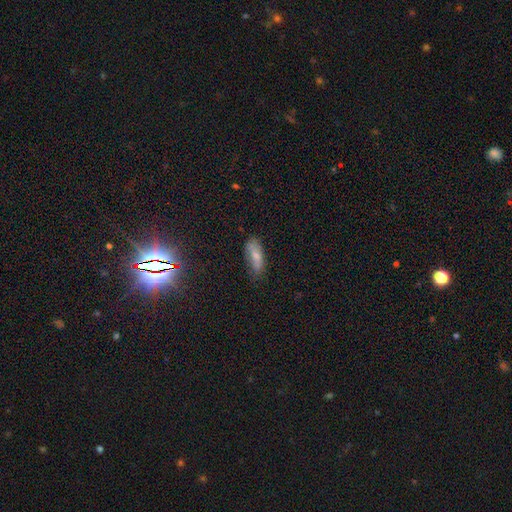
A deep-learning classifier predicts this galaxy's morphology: A smooth galaxy with no disk features (70%) that is in between round and cigar-shaped (68%). Merging: none (65%).